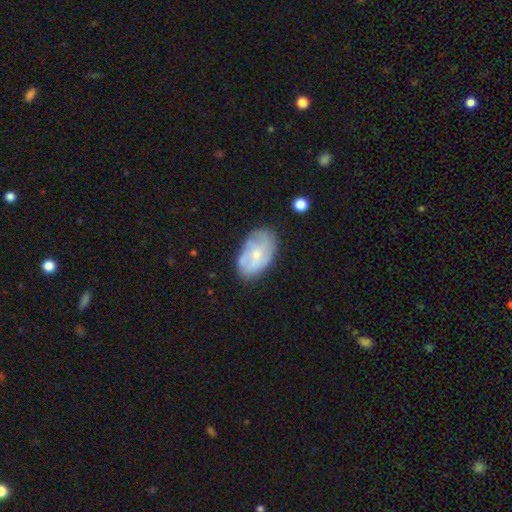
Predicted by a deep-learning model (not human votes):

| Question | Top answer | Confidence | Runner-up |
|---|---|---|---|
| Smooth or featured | featured or disk | 50% | smooth (43%) |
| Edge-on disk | no | 95% | yes (5%) |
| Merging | none | 68% | minor disturbance (23%) |